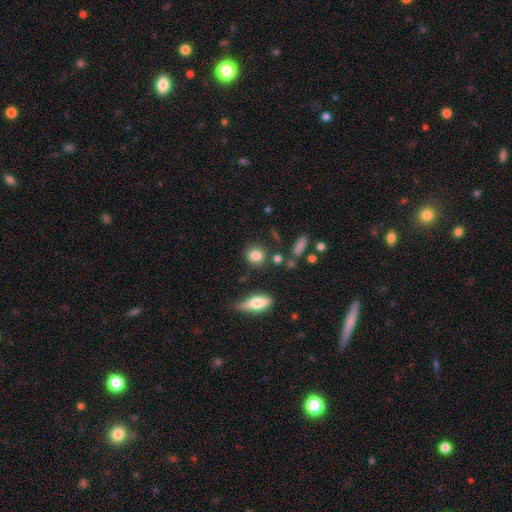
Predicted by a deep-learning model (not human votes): This appears to be a smooth galaxy with no disk features (82%) that is round (82%). Merging: none (82%).